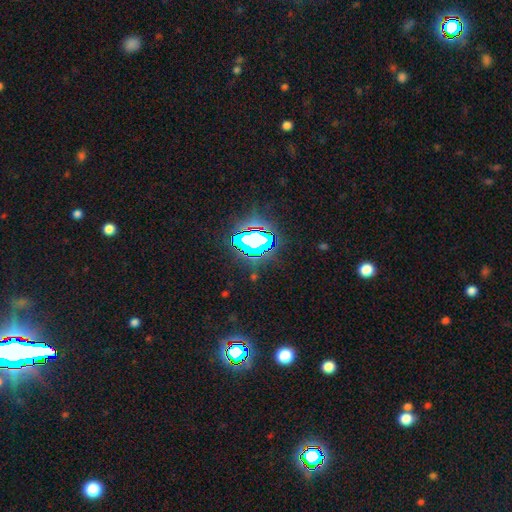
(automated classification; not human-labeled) A star or artifact, not a galaxy (81%).

Vote fractions:
- Smooth or featured? star or artifact: 81% / smooth: 12% / featured or disk: 7%